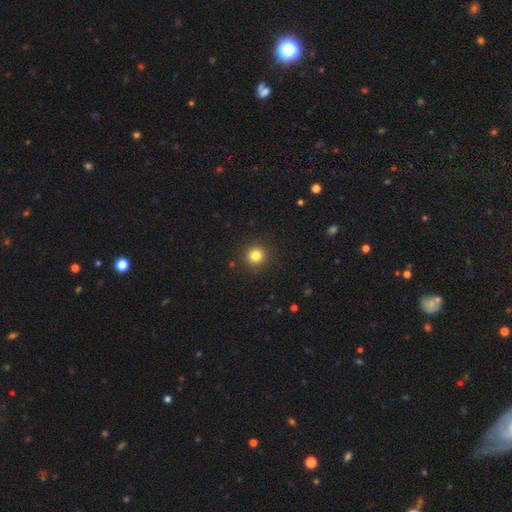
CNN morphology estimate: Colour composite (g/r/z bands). It shows a smooth galaxy with no disk features (82%) that is round (95%). Merging: none (91%).